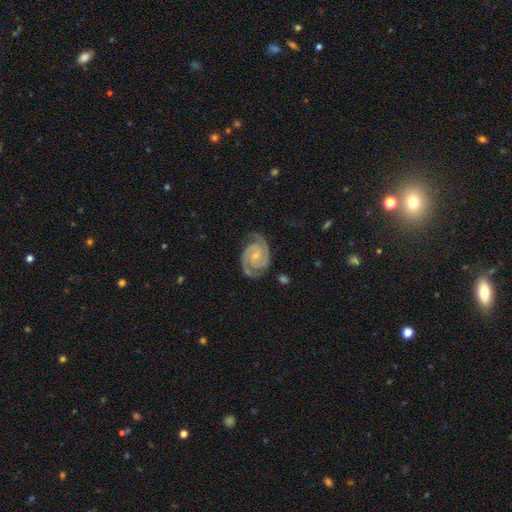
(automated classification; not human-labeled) Smooth or featured? featured or disk (93%)
Edge-on disk? no (98%)
Bar? no (60%)
Spiral arms? yes (99%)
Spiral winding? tight (67%)
Spiral arm count? 2 (90%)
Bulge size? small (70%)
Merging? none (81%)